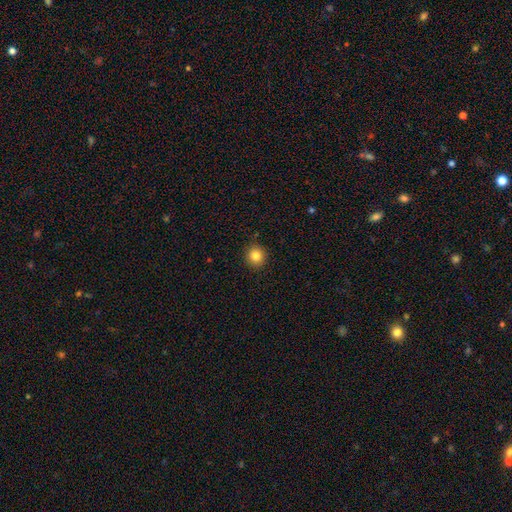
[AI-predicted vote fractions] The model was most divided on "smooth or featured": smooth: 84%, star or artifact: 11%, featured or disk: 5%. More confident: merging — none (90%); how rounded — round (90%).